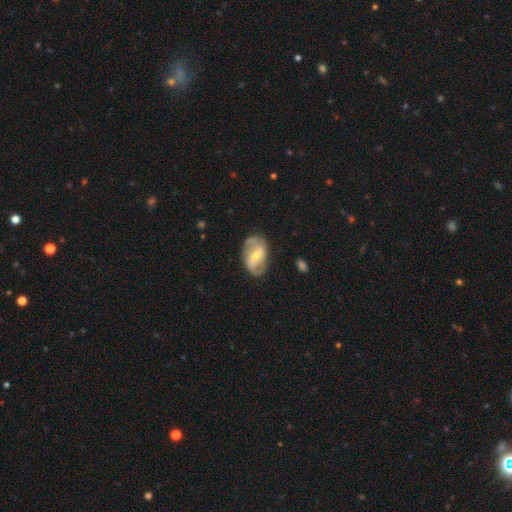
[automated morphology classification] A featured or disk galaxy (76%) with a strong bar (43%), 2 (84%) medium (42%) spiral arms (83%) and a moderate central bulge (51%).

Vote fractions:
- Smooth or featured? featured or disk: 76% / smooth: 18% / star or artifact: 6%
- Edge-on disk? no: 95% / yes: 5%
- Bar? strong: 43% / weak: 40% / no: 17%
- Spiral arms? yes: 83% / no: 17%
- Spiral winding? medium: 42% / loose: 33% / tight: 25%
- Spiral arm count? 2: 84% / can't tell: 9% / 1: 3% / 3: 2% / 4: 1% / more than 4: 1%
- Bulge size? moderate: 51% / small: 45% / large: 2% / none: 1% / dominant: 1%
- Merging? none: 76% / minor disturbance: 17% / major disturbance: 5% / merger: 1%